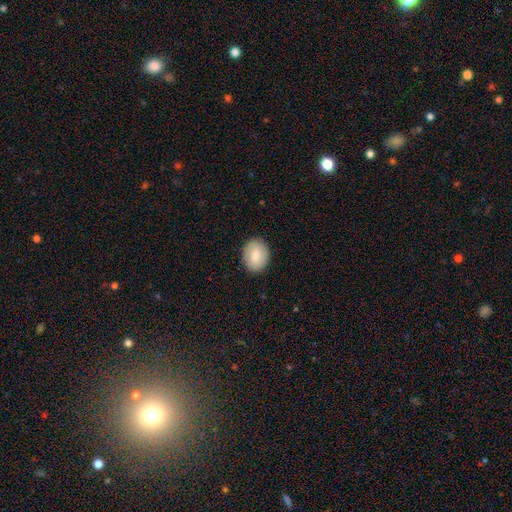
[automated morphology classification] A smooth galaxy with no disk features (82%) that is in between round and cigar-shaped (60%).

Vote fractions:
- Smooth or featured? smooth: 82% / featured or disk: 11% / star or artifact: 7%
- How rounded? in between: 60% / round: 39% / cigar-shaped: 1%
- Merging? none: 89% / minor disturbance: 8% / major disturbance: 2% / merger: 1%